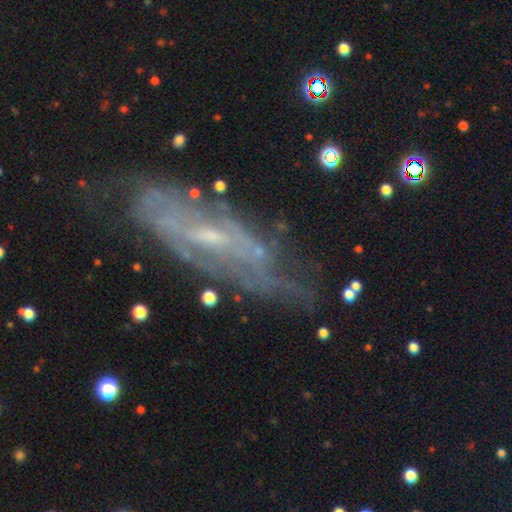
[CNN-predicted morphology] featured or disk 78%, smooth 14%, star or artifact 9%. Down the decision tree: edge-on disk — no (82%); bar — weak (44%); spiral arms — yes (77%); bulge size — small (52%); merging — none (57%).